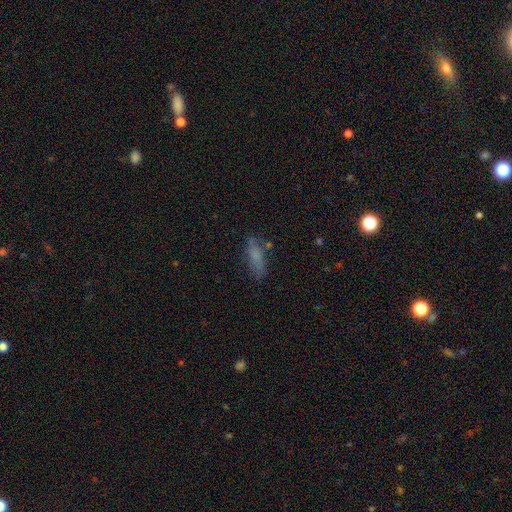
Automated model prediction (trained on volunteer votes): A smooth galaxy with no disk features (69%) that is in between round and cigar-shaped (53%). Merging: none (65%).